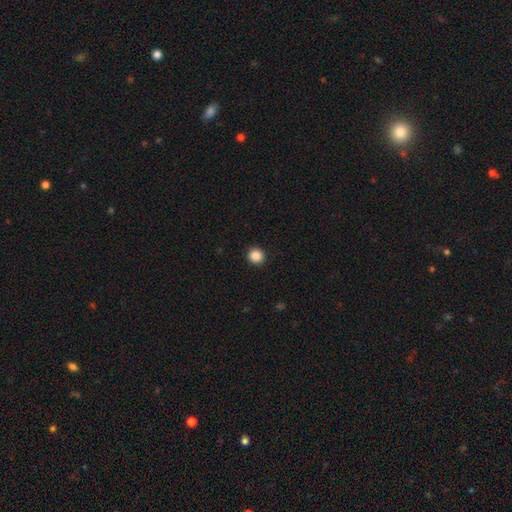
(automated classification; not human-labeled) smooth 88%, star or artifact 10%, featured or disk 3%. Down the decision tree: how rounded — round (92%); merging — none (92%).